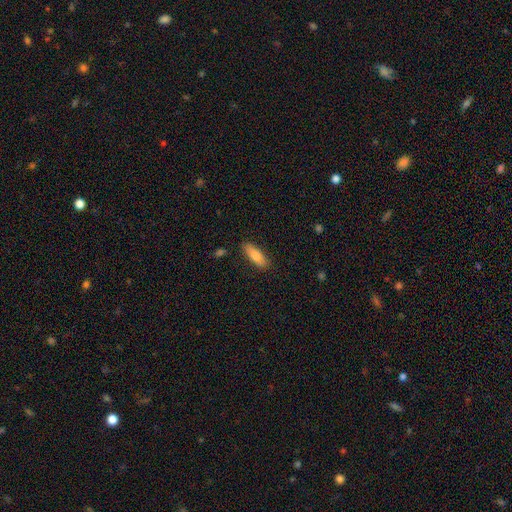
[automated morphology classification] Overall: smooth (82%). How rounded: in between (58%; cigar-shaped 40%). Merging: none (83%).